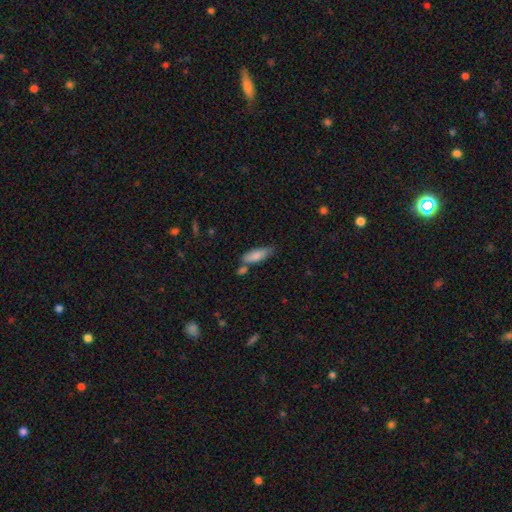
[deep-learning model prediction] smooth 82%, featured or disk 11%, star or artifact 7%. Down the decision tree: how rounded — in between (63%); merging — none (53%).